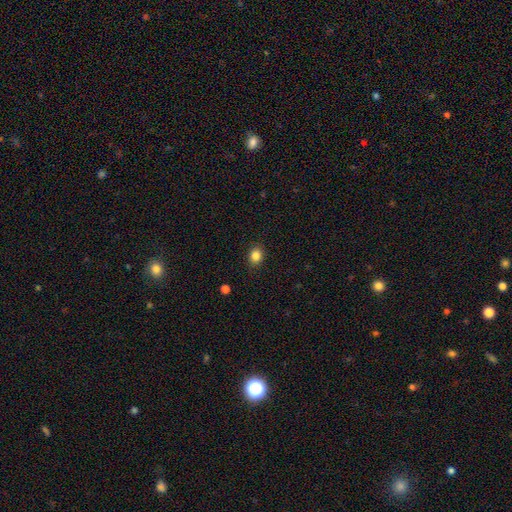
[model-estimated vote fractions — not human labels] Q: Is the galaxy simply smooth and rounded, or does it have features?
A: smooth — 85%.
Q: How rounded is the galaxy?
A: round — 55%.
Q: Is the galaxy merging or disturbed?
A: none — 89%.